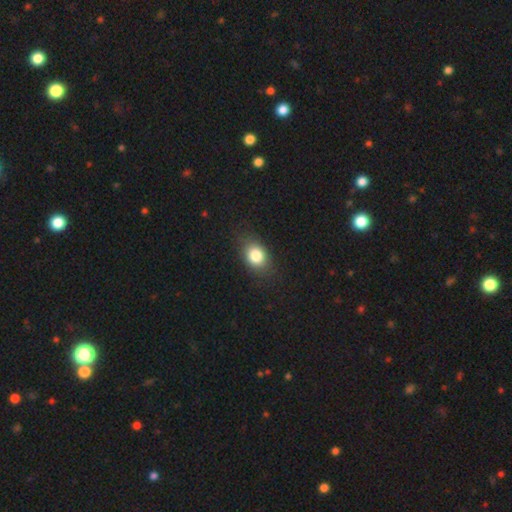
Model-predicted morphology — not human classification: A smooth galaxy with no disk features (82%) that is in between round and cigar-shaped (64%). Merging: none (81%).